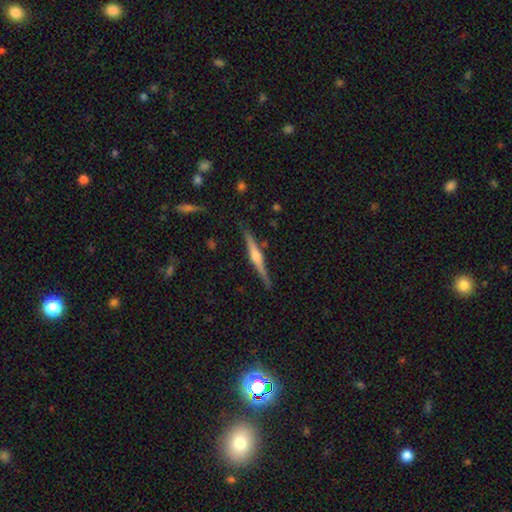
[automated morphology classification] smooth_or_featured: featured or disk (p=0.77) [alt: smooth p=0.17]
disk_edge_on: yes (p=0.98) [alt: no p=0.02]
edge_on_bulge: rounded (p=0.86) [alt: boxy p=0.08]
merging: none (p=0.89) [alt: minor disturbance p=0.08]